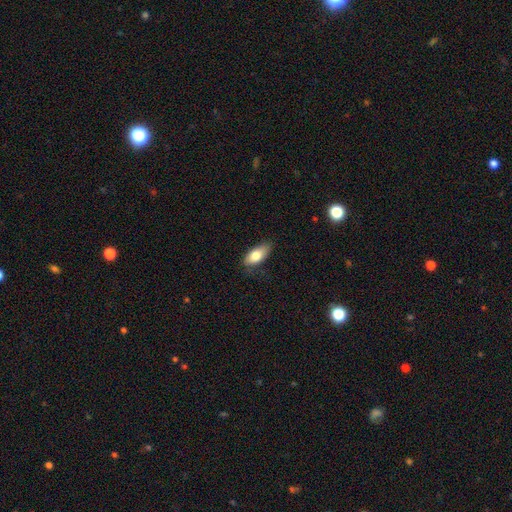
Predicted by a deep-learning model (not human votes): This appears to be a smooth galaxy with no disk features (78%) that is in between round and cigar-shaped (88%). Merging: none (69%).